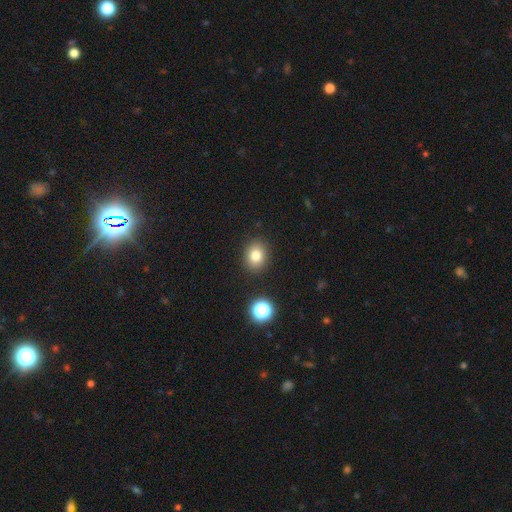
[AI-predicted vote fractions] smooth_or_featured: smooth (p=0.80) [alt: star or artifact p=0.13]
how_rounded: round (p=0.59) [alt: in between p=0.41]
merging: none (p=0.88) [alt: minor disturbance p=0.08]